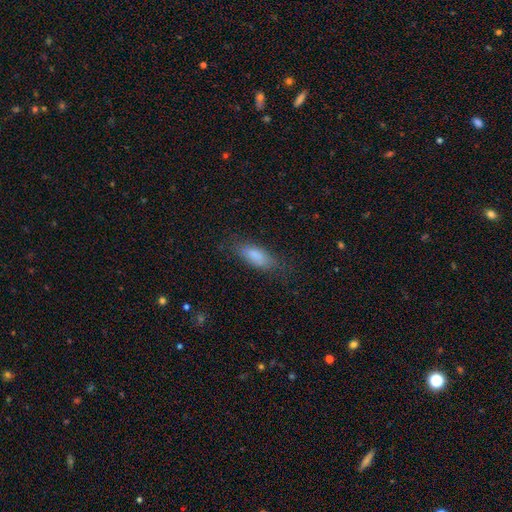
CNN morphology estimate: The model was most divided on "how rounded": in between: 73%, cigar-shaped: 24%, round: 2%. More confident: smooth or featured — smooth (83%); merging — none (74%).